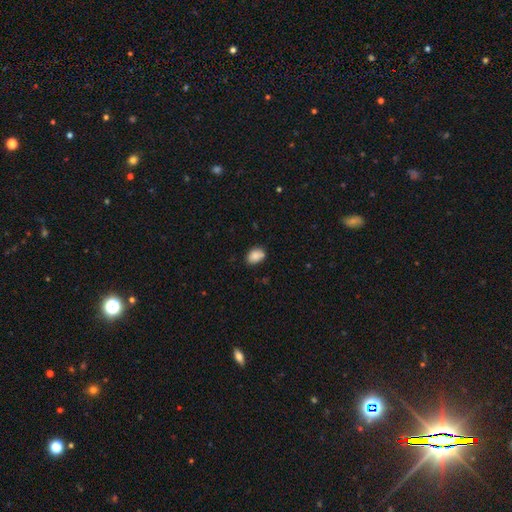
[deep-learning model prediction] Smooth or featured? Predicted: smooth (p=0.87). How rounded? Predicted: in between (p=0.75). Merging? Predicted: none (p=0.74).